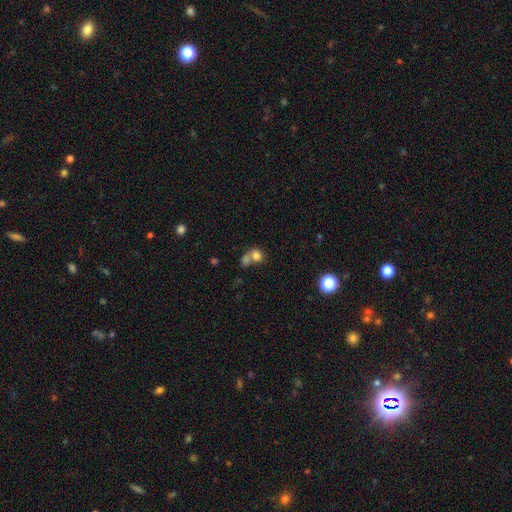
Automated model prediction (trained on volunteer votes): Smooth or featured? smooth (72%)
How rounded? round (59%)
Merging? merger (56%)